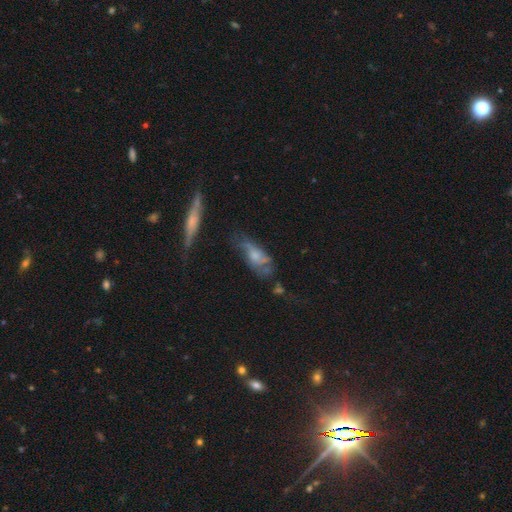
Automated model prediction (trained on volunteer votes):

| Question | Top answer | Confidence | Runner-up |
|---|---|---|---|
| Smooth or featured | featured or disk | 47% | smooth (43%) |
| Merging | none | 36% | minor disturbance (28%) |